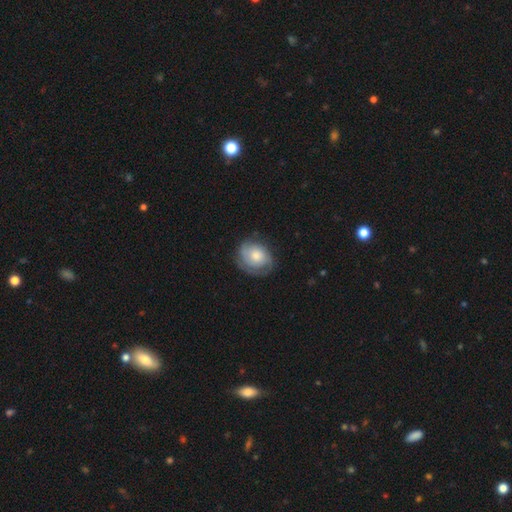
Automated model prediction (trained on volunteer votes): Smooth or featured?
  - featured or disk: 50% *
  - smooth: 44%
  - star or artifact: 7%
Merging?
  - none: 71% *
  - minor disturbance: 21%
  - major disturbance: 8%
  - merger: 1%